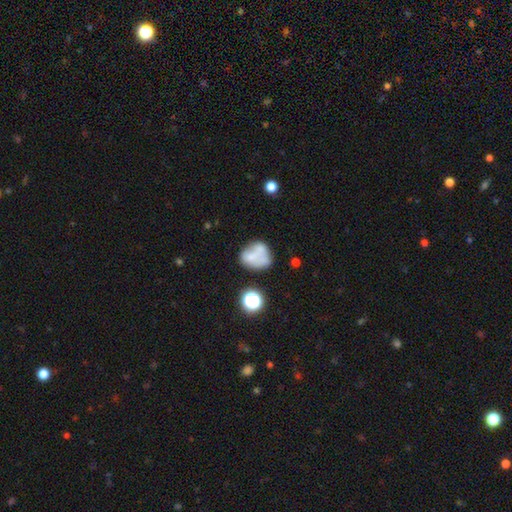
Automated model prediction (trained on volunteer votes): smooth_or_featured: smooth (p=0.57) [alt: featured or disk p=0.31]
how_rounded: round (p=0.60) [alt: in between p=0.38]
merging: none (p=0.40) [alt: minor disturbance p=0.22]